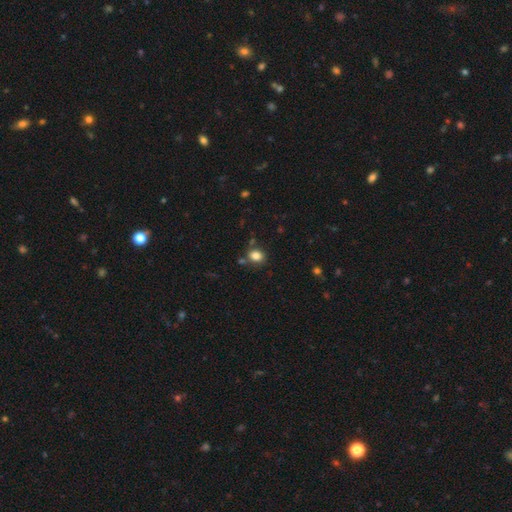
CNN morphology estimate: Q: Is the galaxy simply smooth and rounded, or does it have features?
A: smooth — 83%.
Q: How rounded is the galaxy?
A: round — 55%.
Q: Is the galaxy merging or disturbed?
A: none — 74%.